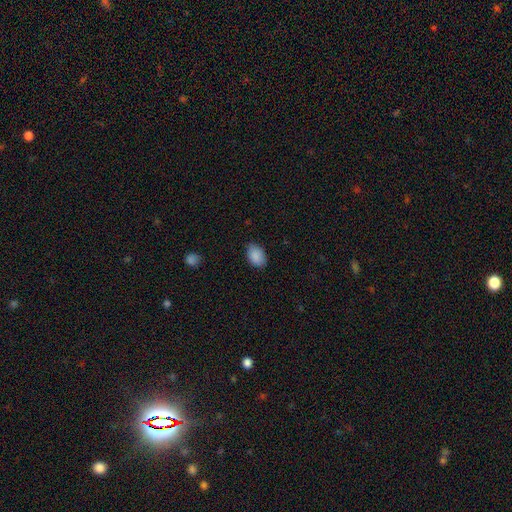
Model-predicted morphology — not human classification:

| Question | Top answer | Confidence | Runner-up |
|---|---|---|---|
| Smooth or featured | smooth | 89% | star or artifact (7%) |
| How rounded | in between | 86% | round (13%) |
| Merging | none | 81% | minor disturbance (15%) |